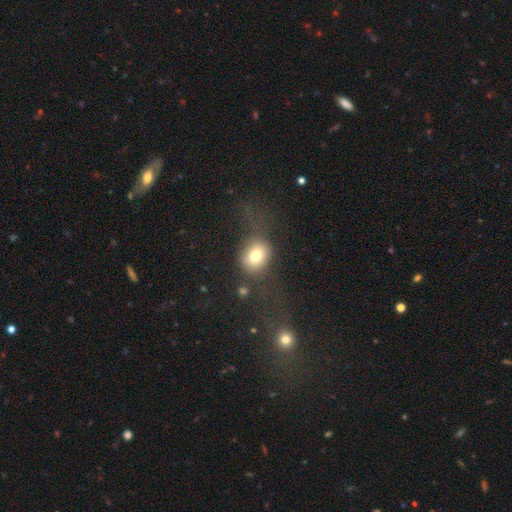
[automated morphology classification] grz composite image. It shows a smooth galaxy with no disk features (75%) that is round (52%). Merging: none (53%).